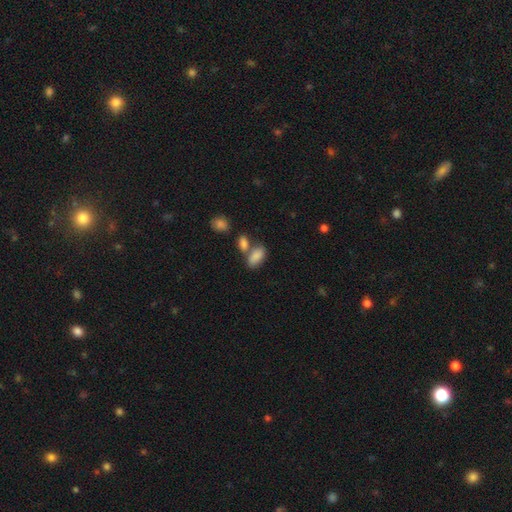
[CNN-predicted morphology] A smooth galaxy with no disk features (85%) that is in between round and cigar-shaped (91%). Merging: none (45%).